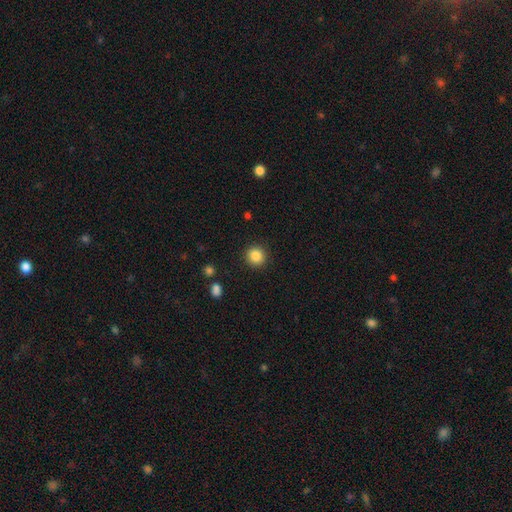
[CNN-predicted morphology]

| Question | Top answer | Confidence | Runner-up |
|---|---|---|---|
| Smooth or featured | smooth | 86% | star or artifact (10%) |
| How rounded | round | 92% | in between (7%) |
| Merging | none | 91% | minor disturbance (6%) |